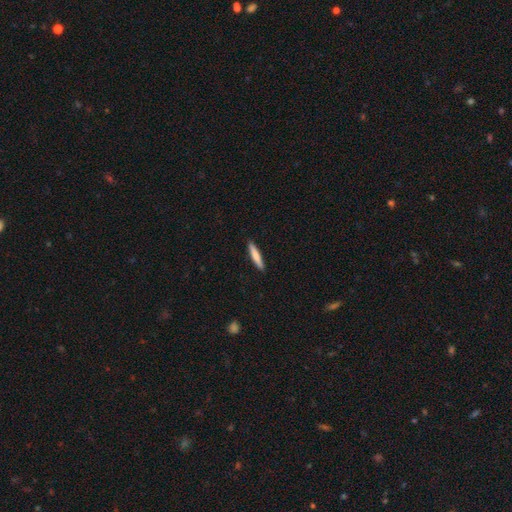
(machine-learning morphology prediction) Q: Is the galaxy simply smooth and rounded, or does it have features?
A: smooth — 74%.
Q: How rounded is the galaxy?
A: cigar-shaped — 92%.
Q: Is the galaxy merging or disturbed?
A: none — 92%.